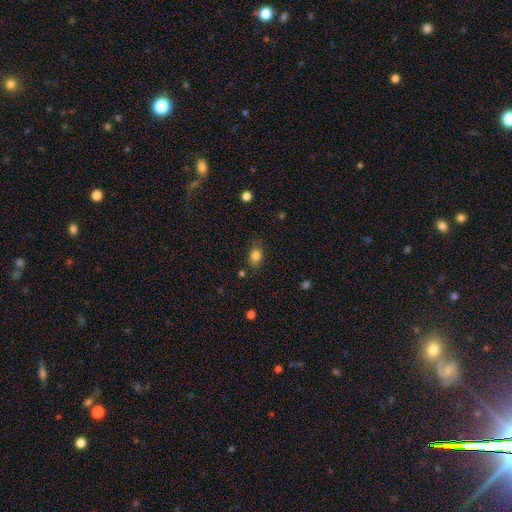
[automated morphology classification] Smooth or featured? Predicted: smooth (p=0.83). How rounded? Predicted: in between (p=0.61). Merging? Predicted: none (p=0.76).